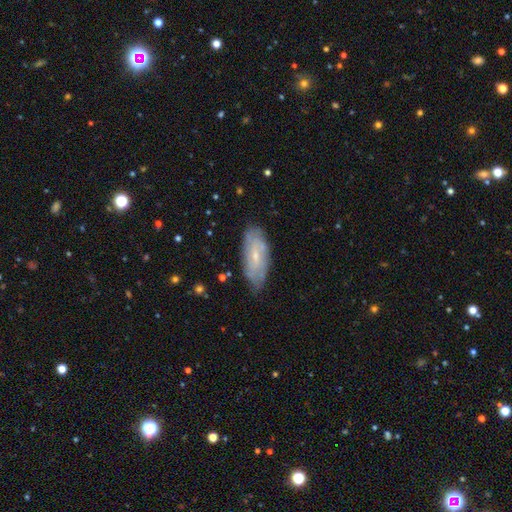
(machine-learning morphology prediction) Smooth or featured?
  - featured or disk: 62% *
  - smooth: 31%
  - star or artifact: 7%
Edge-on disk?
  - no: 86% *
  - yes: 14%
Bar?
  - no: 45% *
  - weak: 44%
  - strong: 11%
Spiral arms?
  - yes: 78% *
  - no: 22%
Bulge size?
  - small: 69% *
  - moderate: 25%
  - none: 4%
  - large: 1%
  - dominant: 1%
Merging?
  - none: 74% *
  - minor disturbance: 20%
  - major disturbance: 4%
  - merger: 2%